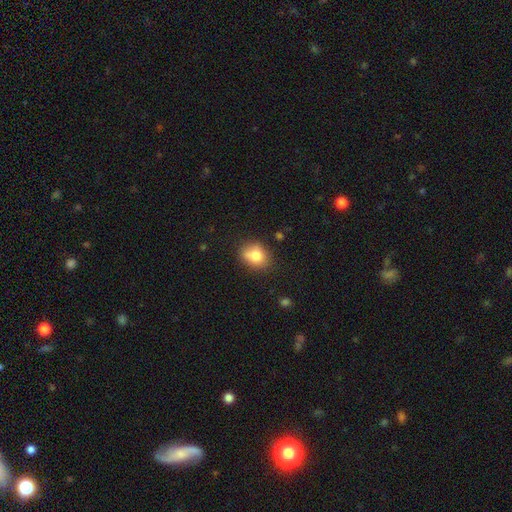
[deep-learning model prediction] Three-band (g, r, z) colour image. It shows a smooth galaxy with no disk features (75%) that is round (53%). Merging: none (68%).